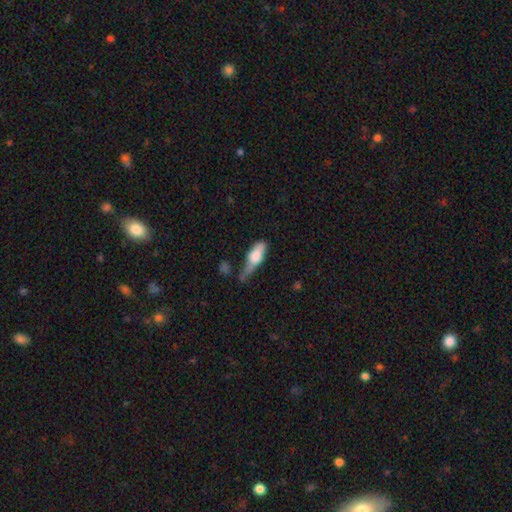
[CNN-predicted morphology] This is likely a smooth galaxy (70%). How rounded: likely in between (66%). Merging: marginally minor disturbance (34%).